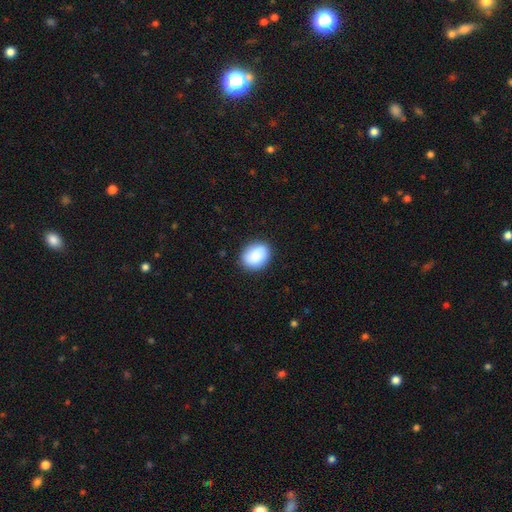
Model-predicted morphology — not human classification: Smooth or featured?
  - smooth: 88% *
  - star or artifact: 7%
  - featured or disk: 5%
How rounded?
  - in between: 57% *
  - round: 42%
  - cigar-shaped: 1%
Merging?
  - none: 87% *
  - minor disturbance: 10%
  - major disturbance: 2%
  - merger: 1%